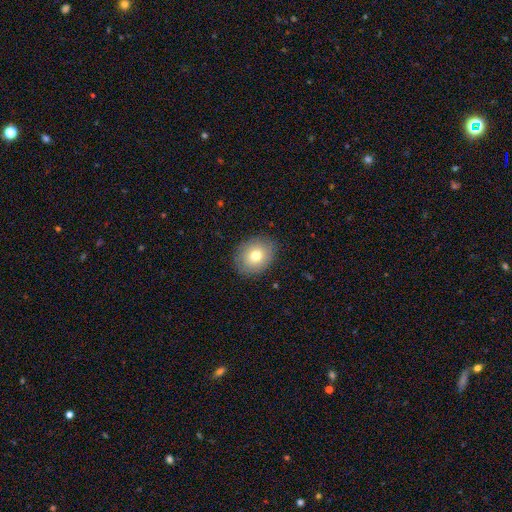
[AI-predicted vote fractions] A smooth galaxy with no disk features (75%) that is round (55%).

Vote fractions:
- Smooth or featured? smooth: 75% / featured or disk: 16% / star or artifact: 10%
- How rounded? round: 55% / in between: 44% / cigar-shaped: 1%
- Merging? none: 85% / minor disturbance: 11% / major disturbance: 3% / merger: 1%